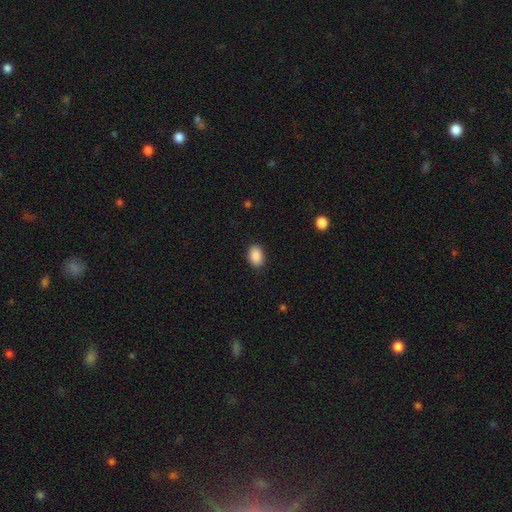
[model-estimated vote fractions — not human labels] Smooth or featured? smooth (90%)
How rounded? in between (83%)
Merging? none (89%)